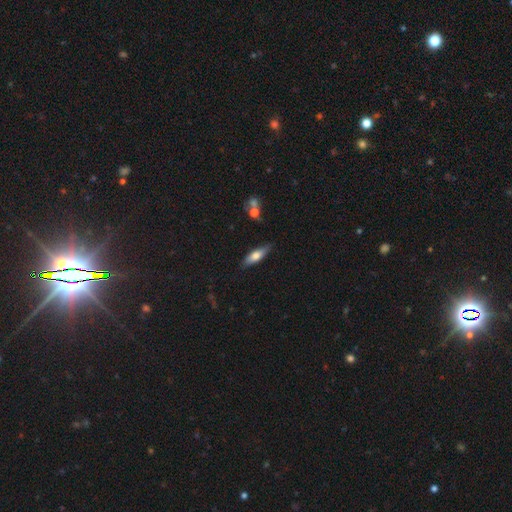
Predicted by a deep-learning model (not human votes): A smooth galaxy with no disk features (65%) that is cigar-shaped (52%).

Vote fractions:
- Smooth or featured? smooth: 65% / featured or disk: 29% / star or artifact: 6%
- How rounded? cigar-shaped: 52% / in between: 46% / round: 2%
- Merging? none: 81% / minor disturbance: 14% / major disturbance: 3% / merger: 2%